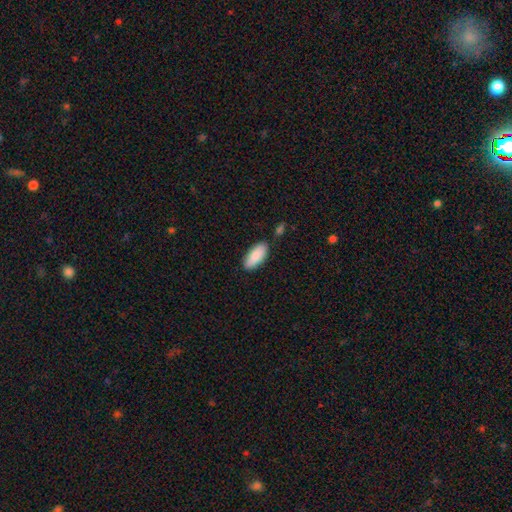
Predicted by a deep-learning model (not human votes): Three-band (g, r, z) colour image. It shows a smooth galaxy with no disk features (86%) that is in between round and cigar-shaped (88%). Merging: none (80%).